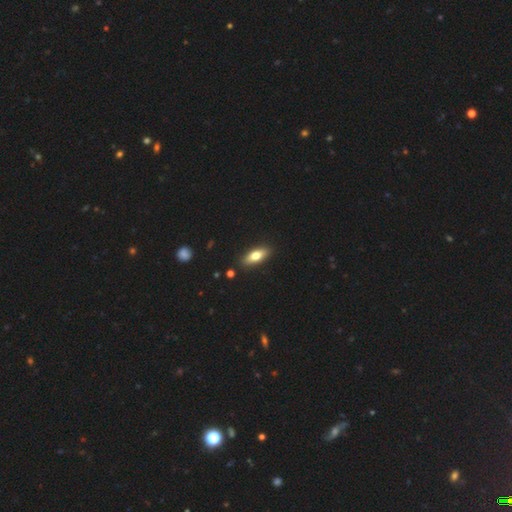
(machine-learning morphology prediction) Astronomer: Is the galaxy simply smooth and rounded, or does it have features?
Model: smooth — 70%.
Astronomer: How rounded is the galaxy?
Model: in between — 69%.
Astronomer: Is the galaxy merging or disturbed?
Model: none — 88%.